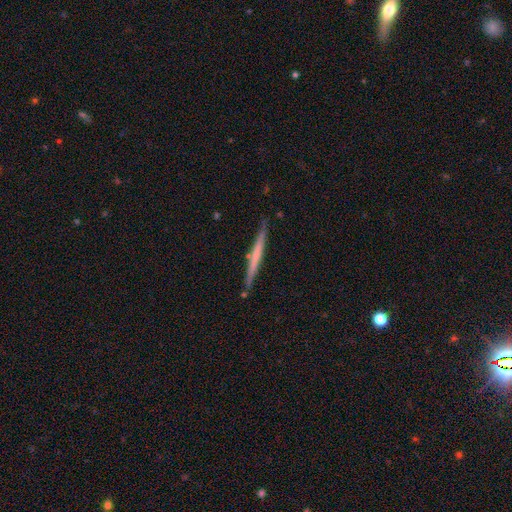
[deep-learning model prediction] Smooth or featured: featured or disk — 51% (smooth — 43%)
Edge-on disk: yes — 97% (no — 3%)
Merging: none — 88% (minor disturbance — 9%)